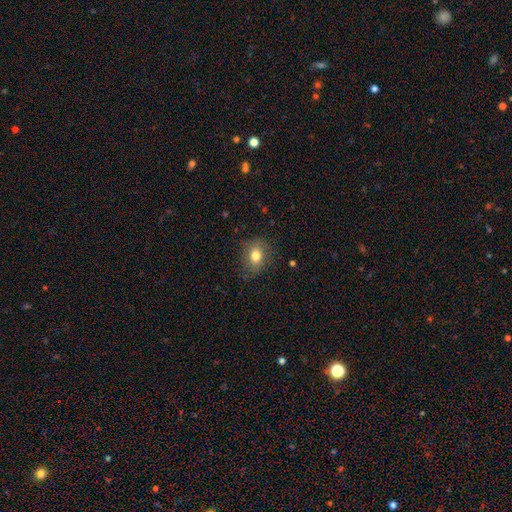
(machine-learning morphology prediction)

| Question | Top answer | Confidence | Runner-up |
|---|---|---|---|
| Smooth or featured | smooth | 76% | featured or disk (14%) |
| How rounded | round | 52% | in between (47%) |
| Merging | none | 76% | minor disturbance (18%) |